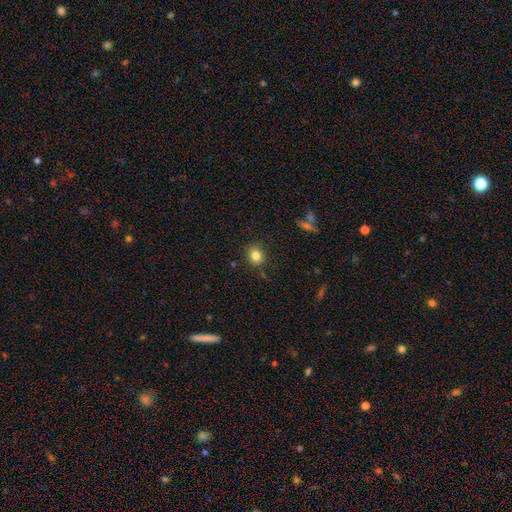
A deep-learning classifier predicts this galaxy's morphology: smooth-or-featured: smooth: 82% | star or artifact: 11% | featured or disk: 7%
  how-rounded: round: 63% | in between: 36% | cigar-shaped: 1%
  merging: none: 86% | minor disturbance: 10% | major disturbance: 2% | merger: 2%